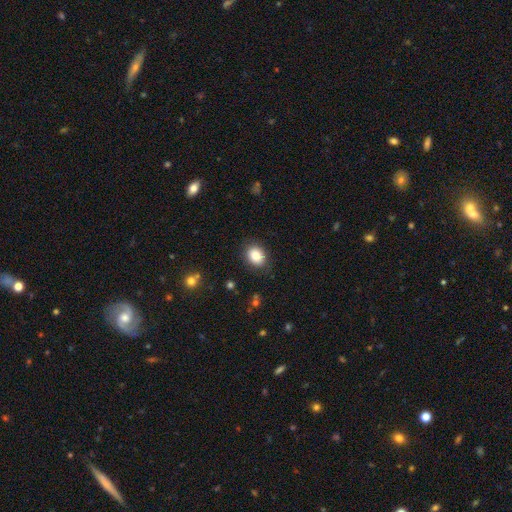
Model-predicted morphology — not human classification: The model was most divided on "how rounded": in between: 60%, round: 39%, cigar-shaped: 1%. More confident: merging — none (86%); smooth or featured — smooth (85%).